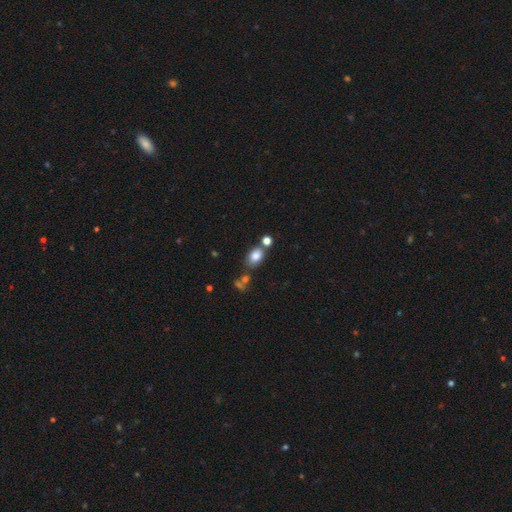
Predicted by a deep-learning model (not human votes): Smooth or featured: smooth — 82% (star or artifact — 10%)
How rounded: in between — 75% (round — 23%)
Merging: none — 64% (merger — 18%)